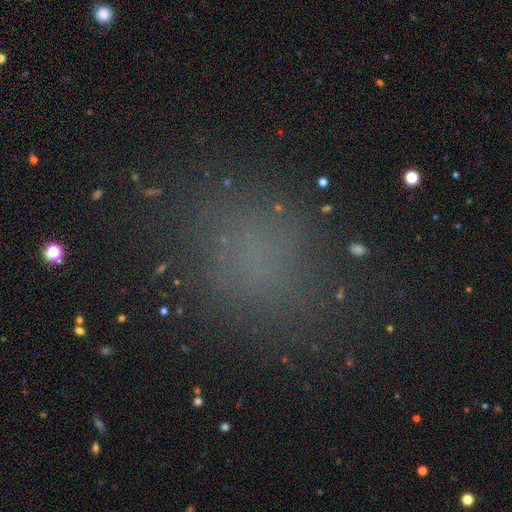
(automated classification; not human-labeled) Overall: smooth (67%). How rounded: round (57%; in between 41%). Merging: none (80%).